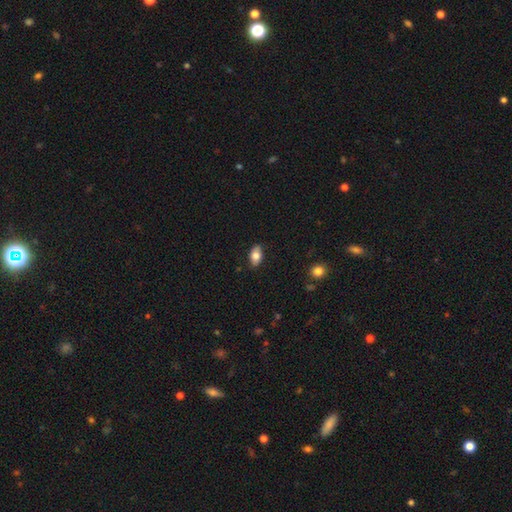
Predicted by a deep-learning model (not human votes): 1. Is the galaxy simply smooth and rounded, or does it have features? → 80% smooth, 13% featured or disk, 7% star or artifact.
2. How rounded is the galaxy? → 90% in between, 7% round, 3% cigar-shaped.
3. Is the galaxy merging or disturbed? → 85% none, 12% minor disturbance, 2% major disturbance, 1% merger.